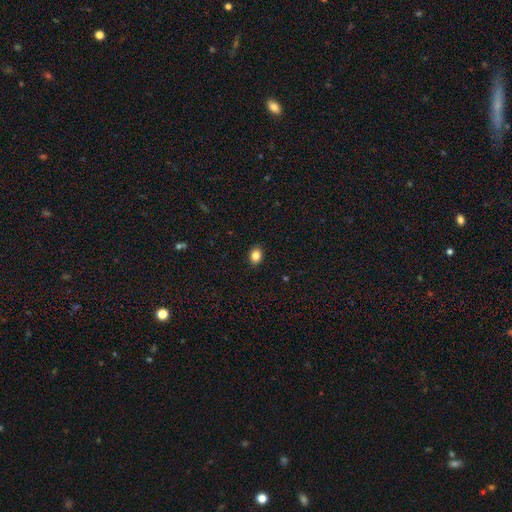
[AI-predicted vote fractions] Smooth or featured? smooth (85%)
How rounded? in between (59%)
Merging? none (90%)